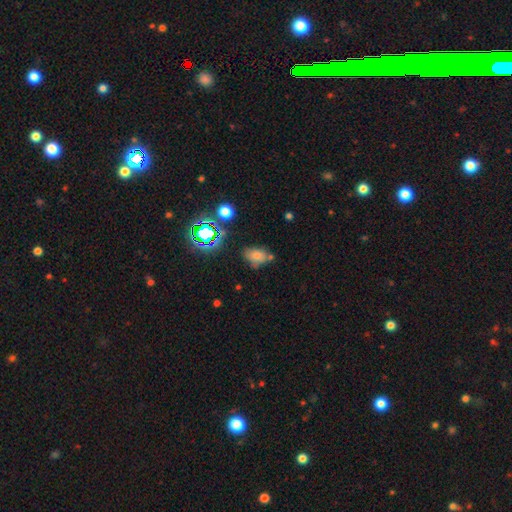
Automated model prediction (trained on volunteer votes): smooth 66%, star or artifact 20%, featured or disk 14%. Down the decision tree: how rounded — in between (82%); merging — none (58%).